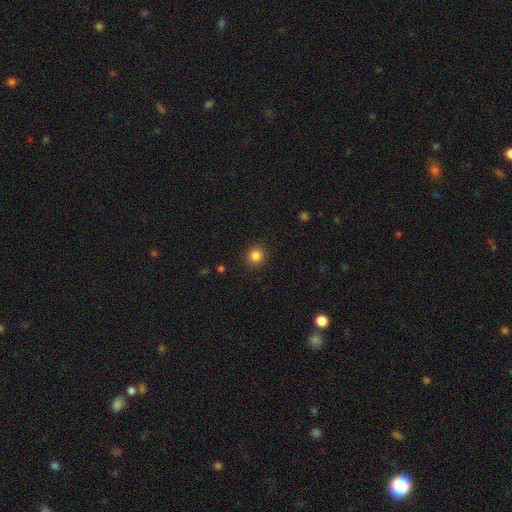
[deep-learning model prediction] Smooth or featured? smooth (84%)
How rounded? round (92%)
Merging? none (92%)